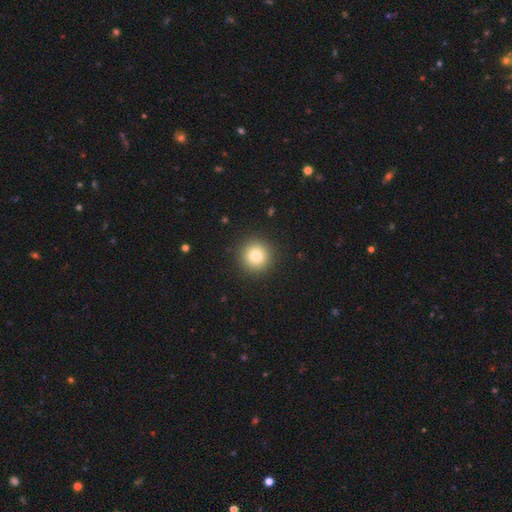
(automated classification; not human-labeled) smooth_or_featured: smooth (p=0.80) [alt: star or artifact p=0.11]
how_rounded: round (p=0.95) [alt: in between p=0.04]
merging: none (p=0.92) [alt: minor disturbance p=0.05]